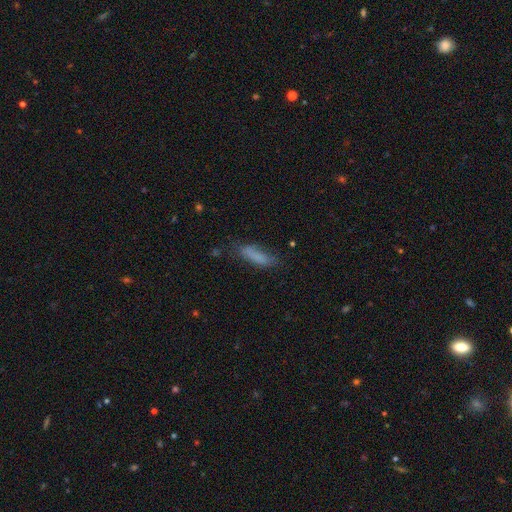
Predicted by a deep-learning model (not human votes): A smooth galaxy with no disk features (77%) that is cigar-shaped (60%). Merging: none (60%).